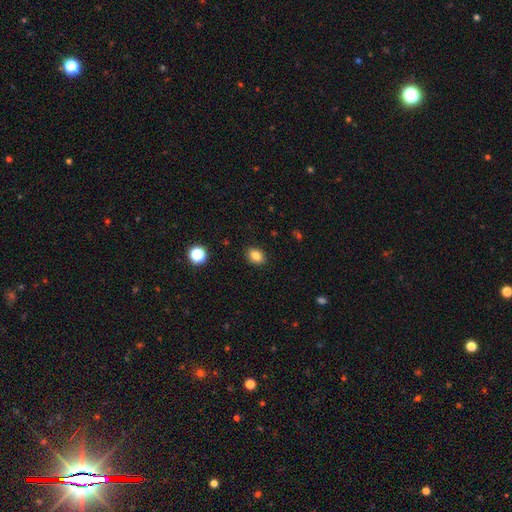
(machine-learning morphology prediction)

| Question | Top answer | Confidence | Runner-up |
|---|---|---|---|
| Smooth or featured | smooth | 83% | star or artifact (11%) |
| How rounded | in between | 65% | round (34%) |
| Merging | none | 89% | minor disturbance (8%) |